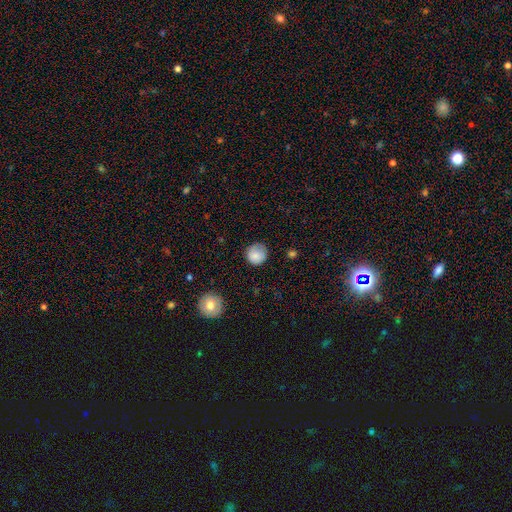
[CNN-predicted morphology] This is clearly a smooth galaxy (84%). How rounded: clearly round (91%). Merging: likely none (76%).